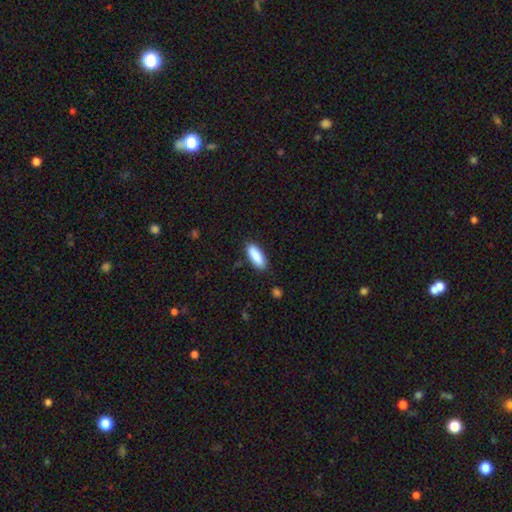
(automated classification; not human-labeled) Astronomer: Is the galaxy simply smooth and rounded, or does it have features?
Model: smooth — 89%.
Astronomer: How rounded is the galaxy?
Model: in between — 70%.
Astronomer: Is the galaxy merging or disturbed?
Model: none — 86%.